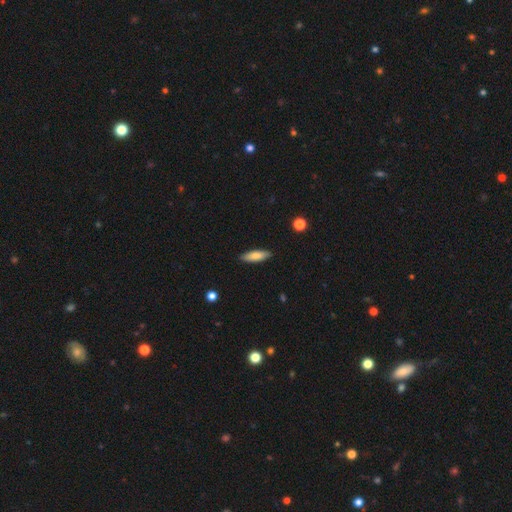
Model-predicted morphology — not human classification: Smooth or featured?
  - smooth: 79% *
  - featured or disk: 15%
  - star or artifact: 6%
How rounded?
  - cigar-shaped: 53% *
  - in between: 46%
  - round: 2%
Merging?
  - none: 88% *
  - minor disturbance: 9%
  - major disturbance: 2%
  - merger: 1%